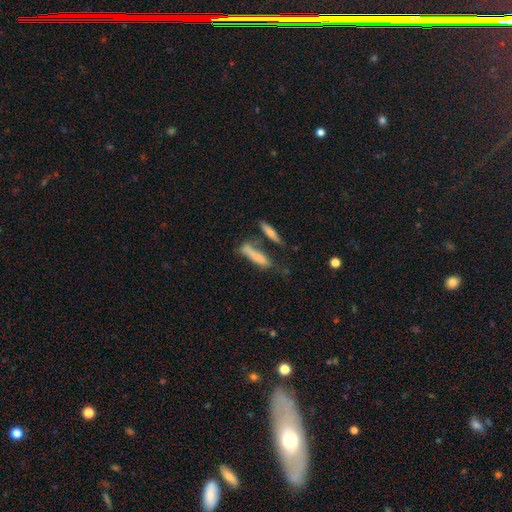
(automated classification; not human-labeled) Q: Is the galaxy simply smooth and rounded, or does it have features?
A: smooth — 69%.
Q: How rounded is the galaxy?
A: cigar-shaped — 73%.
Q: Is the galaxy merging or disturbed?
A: none — 45%.